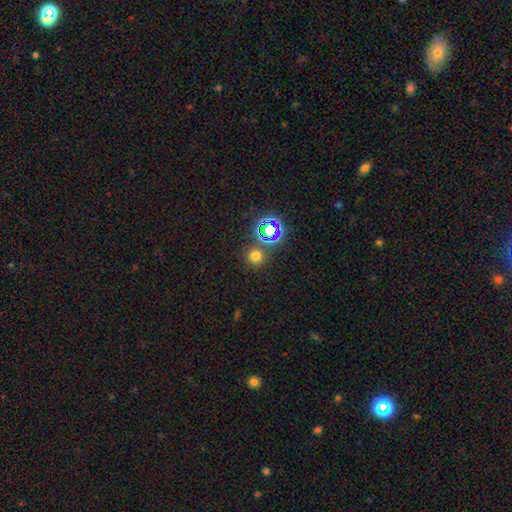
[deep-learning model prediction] Overall: smooth (65%; star or artifact 28%). How rounded: round (93%). Merging: none (81%).